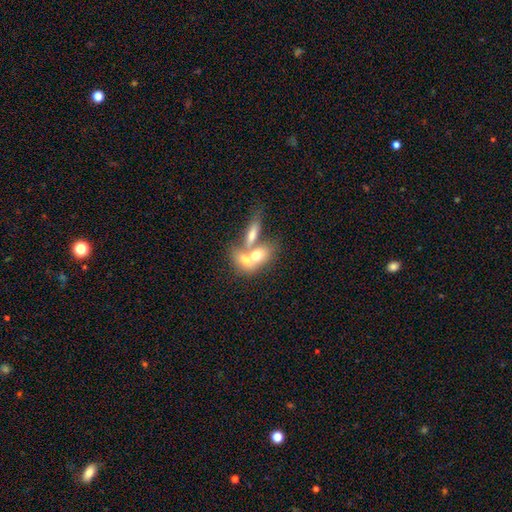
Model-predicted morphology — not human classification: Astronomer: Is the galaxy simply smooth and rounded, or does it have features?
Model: smooth — 65%.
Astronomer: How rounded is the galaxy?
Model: in between — 74%.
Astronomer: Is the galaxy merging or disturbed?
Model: merger — 67%.